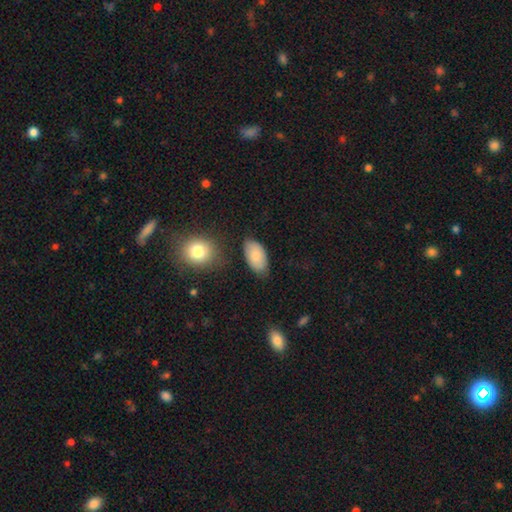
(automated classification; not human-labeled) smooth 83%, featured or disk 11%, star or artifact 6%. Down the decision tree: how rounded — in between (94%); merging — none (72%).